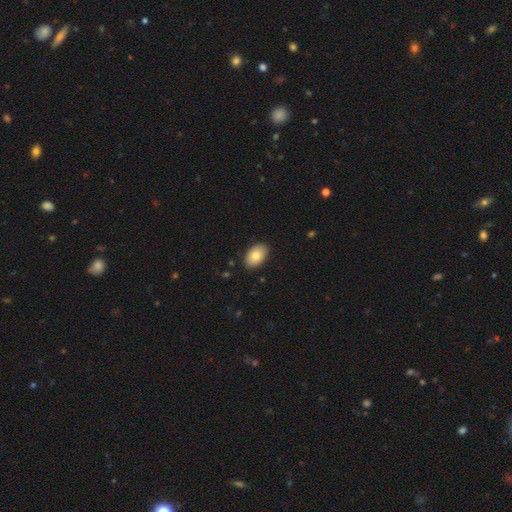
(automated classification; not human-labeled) Morphology: type=smooth (80%); roundness=in between (92%); merging=none (88%).